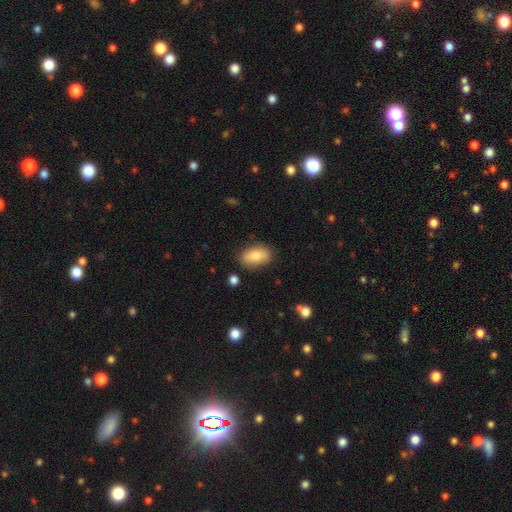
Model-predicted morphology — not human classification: A smooth galaxy with no disk features (80%) that is in between round and cigar-shaped (90%).

Vote fractions:
- Smooth or featured? smooth: 80% / featured or disk: 13% / star or artifact: 7%
- How rounded? in between: 90% / round: 8% / cigar-shaped: 2%
- Merging? none: 81% / minor disturbance: 14% / major disturbance: 3% / merger: 2%